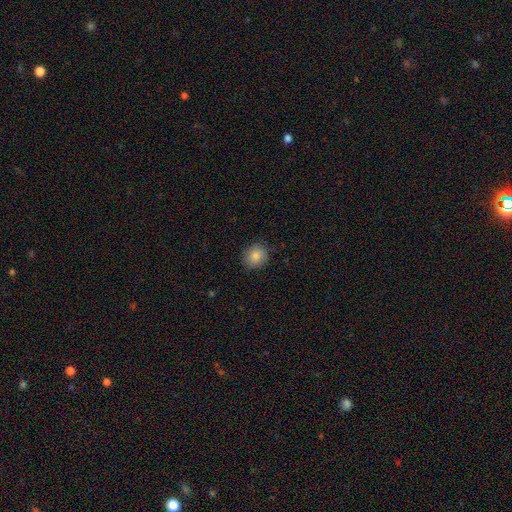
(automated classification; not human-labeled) Smooth or featured: smooth — 86% (star or artifact — 9%)
How rounded: round — 80% (in between — 19%)
Merging: none — 86% (minor disturbance — 11%)